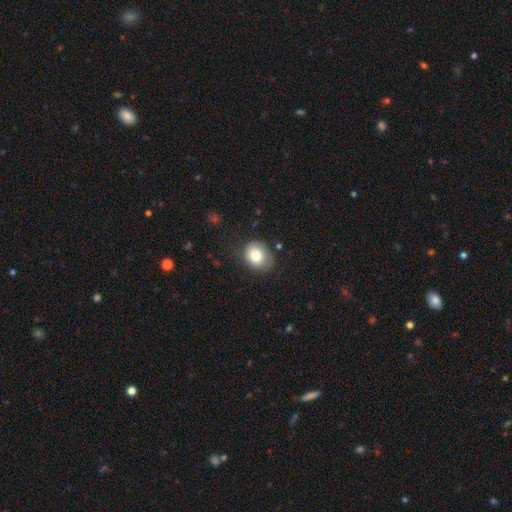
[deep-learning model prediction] A smooth galaxy with no disk features (78%) that is round (64%).

Vote fractions:
- Smooth or featured? smooth: 78% / featured or disk: 12% / star or artifact: 9%
- How rounded? round: 64% / in between: 35% / cigar-shaped: 1%
- Merging? none: 73% / minor disturbance: 20% / major disturbance: 6% / merger: 2%